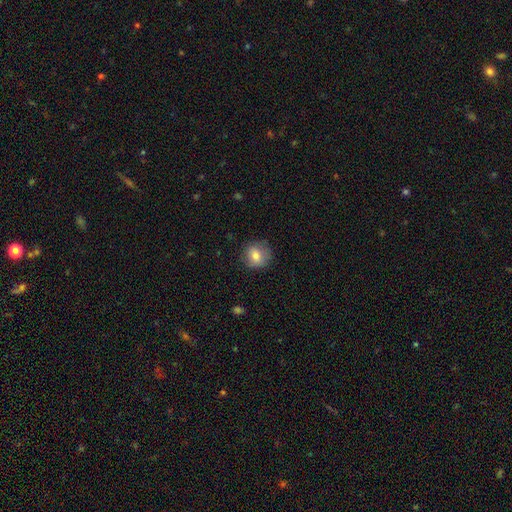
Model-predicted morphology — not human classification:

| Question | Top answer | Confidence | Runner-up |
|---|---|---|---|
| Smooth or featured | smooth | 78% | featured or disk (14%) |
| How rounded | round | 84% | in between (15%) |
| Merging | none | 81% | minor disturbance (14%) |